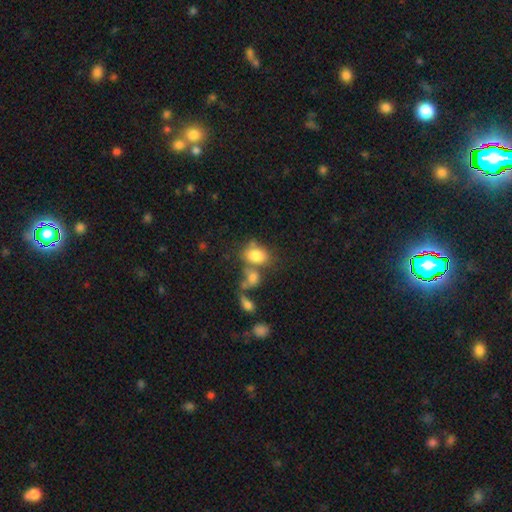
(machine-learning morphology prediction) Smooth or featured?
  - smooth: 79% *
  - featured or disk: 12%
  - star or artifact: 10%
How rounded?
  - in between: 71% *
  - round: 27%
  - cigar-shaped: 1%
Merging?
  - none: 44% *
  - merger: 34%
  - minor disturbance: 15%
  - major disturbance: 7%